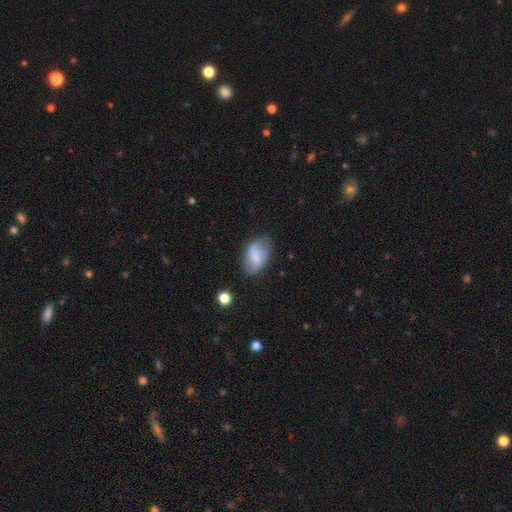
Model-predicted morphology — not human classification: Q: Smooth or featured?
A: smooth (61%); runner-up: featured or disk (31%)
Q: How rounded?
A: in between (90%); runner-up: round (8%)
Q: Merging?
A: none (56%); runner-up: minor disturbance (31%)